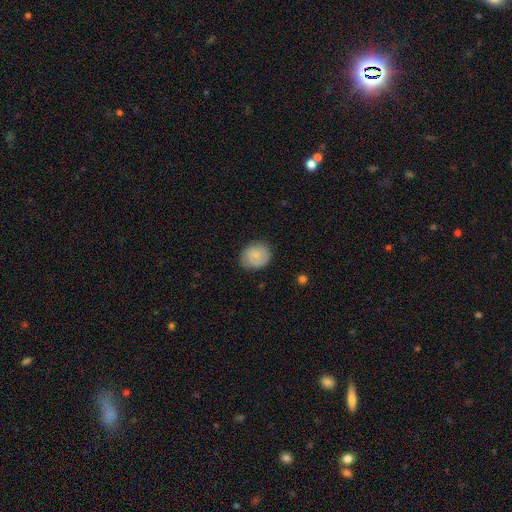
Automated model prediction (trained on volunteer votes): Overall: smooth (67%). How rounded: round (73%). Merging: none (81%).